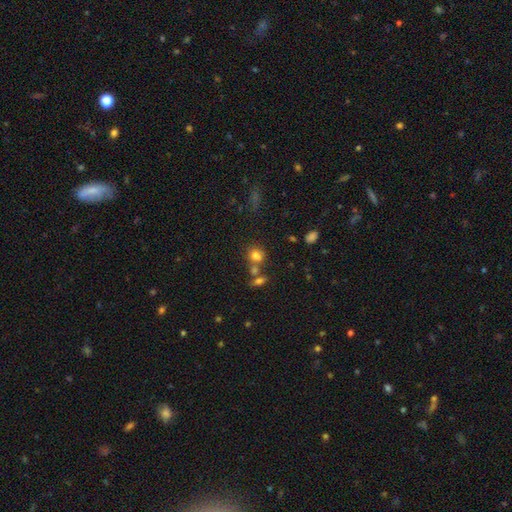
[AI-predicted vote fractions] Q: Smooth or featured?
A: smooth (76%); runner-up: star or artifact (14%)
Q: How rounded?
A: round (70%); runner-up: in between (29%)
Q: Merging?
A: none (52%); runner-up: merger (31%)